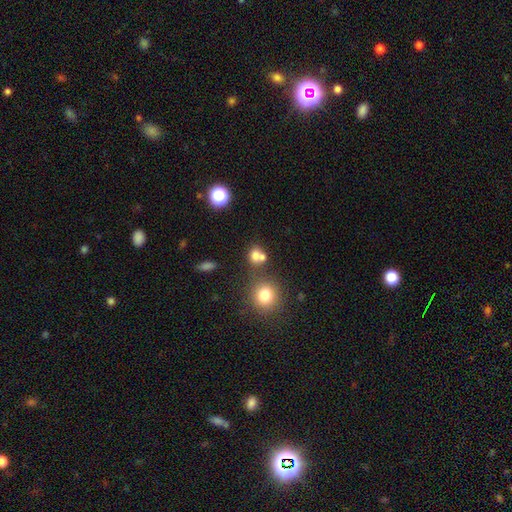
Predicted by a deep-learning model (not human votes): Smooth or featured? smooth (74%)
How rounded? round (72%)
Merging? none (44%)